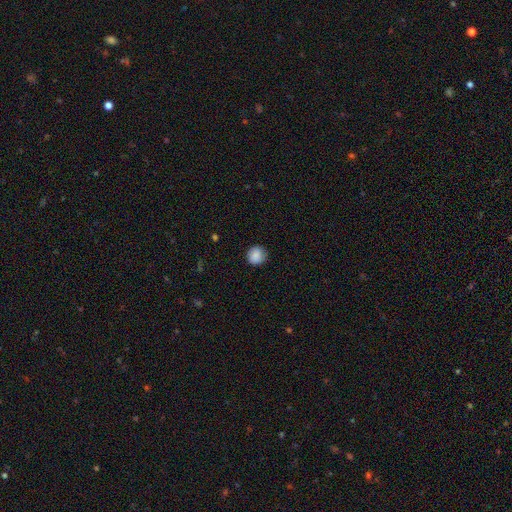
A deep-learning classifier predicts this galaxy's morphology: Overall: smooth (86%). How rounded: round (88%). Merging: none (83%).